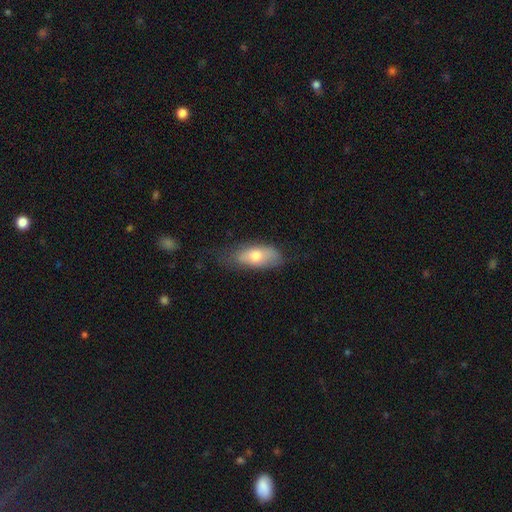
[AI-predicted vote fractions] This appears to be a smooth galaxy with no disk features (70%) that is in between round and cigar-shaped (87%). Merging: none (57%).